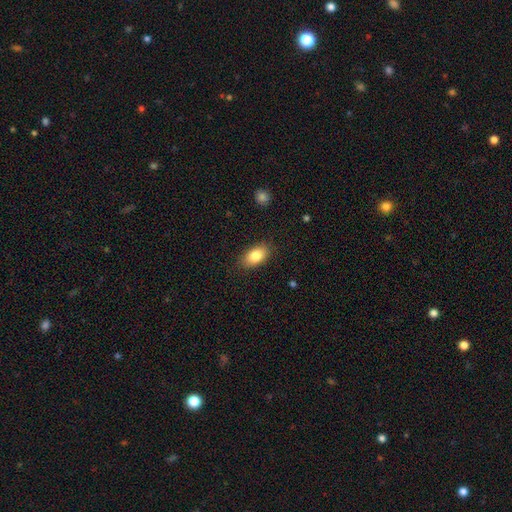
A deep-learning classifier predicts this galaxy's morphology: smooth 84%, featured or disk 8%, star or artifact 7%. Down the decision tree: how rounded — in between (91%); merging — none (86%).